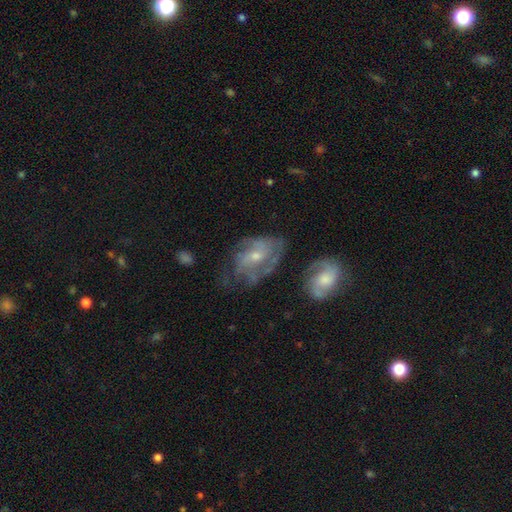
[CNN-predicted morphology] Overall: featured or disk (72%). Edge-on disk: no (96%). Bar: no (61%; weak 33%). Spiral arms: yes (77%). Spiral arm count: can't tell (38%; 2 34%). Spiral winding: medium (43%; tight 36%). Bulge size: small (49%; moderate 44%). Merging: none (48%; minor disturbance 25%).